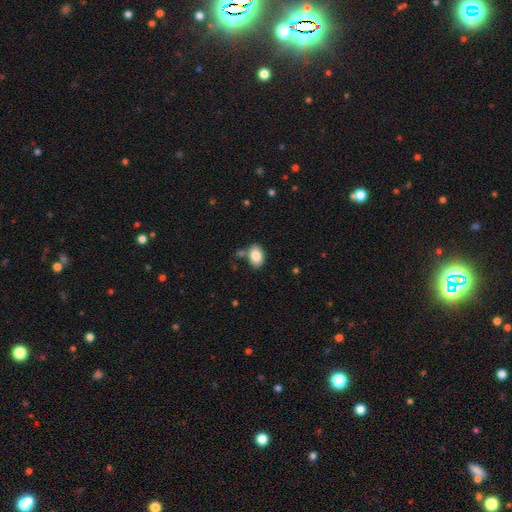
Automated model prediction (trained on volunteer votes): smooth-or-featured: smooth: 83% | featured or disk: 9% | star or artifact: 8%
  how-rounded: in between: 85% | round: 14% | cigar-shaped: 1%
  merging: none: 75% | minor disturbance: 13% | merger: 8% | major disturbance: 3%